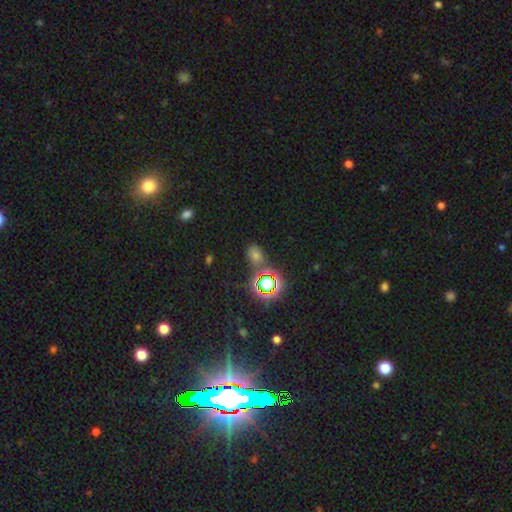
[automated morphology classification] The model was most divided on "smooth or featured": star or artifact: 50%, smooth: 41%, featured or disk: 9%.